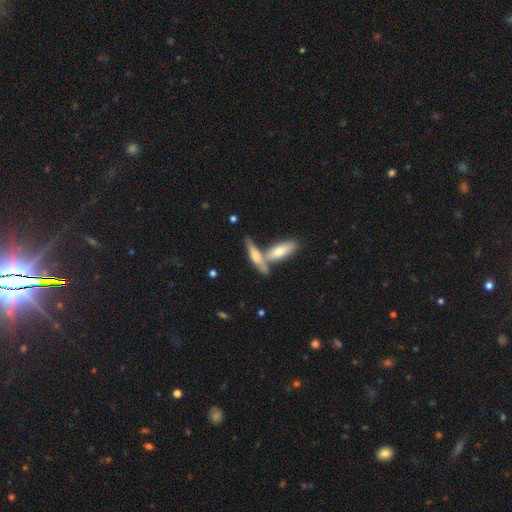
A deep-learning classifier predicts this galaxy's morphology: Smooth or featured?
  - smooth: 52% *
  - featured or disk: 42%
  - star or artifact: 7%
How rounded?
  - cigar-shaped: 65% *
  - in between: 32%
  - round: 3%
Merging?
  - none: 44% *
  - merger: 43%
  - minor disturbance: 9%
  - major disturbance: 3%